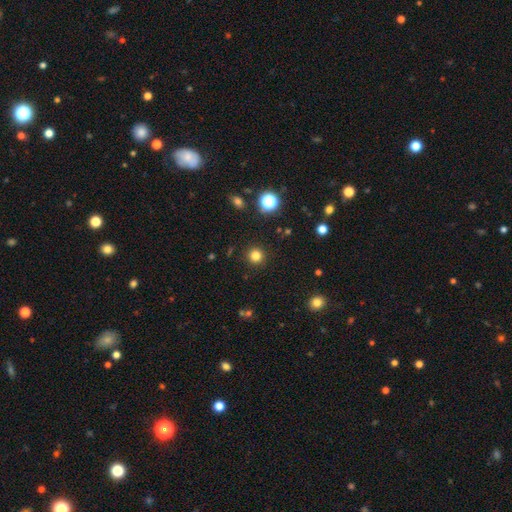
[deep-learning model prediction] Q: Smooth or featured?
A: smooth (81%); runner-up: star or artifact (14%)
Q: How rounded?
A: round (95%); runner-up: in between (4%)
Q: Merging?
A: none (92%); runner-up: minor disturbance (5%)